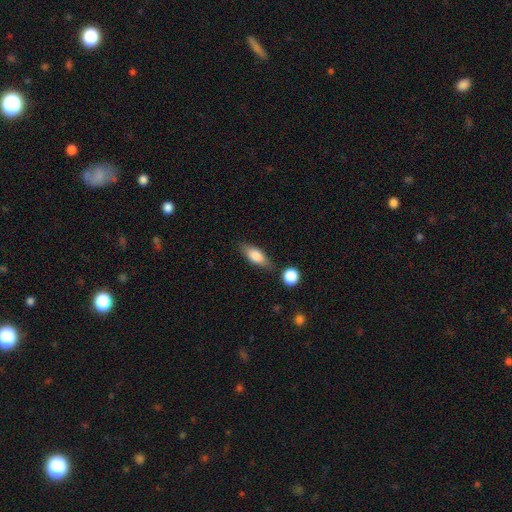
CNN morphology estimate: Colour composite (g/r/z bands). It shows a smooth galaxy with no disk features (77%) that is in between round and cigar-shaped (75%). Merging: none (73%).